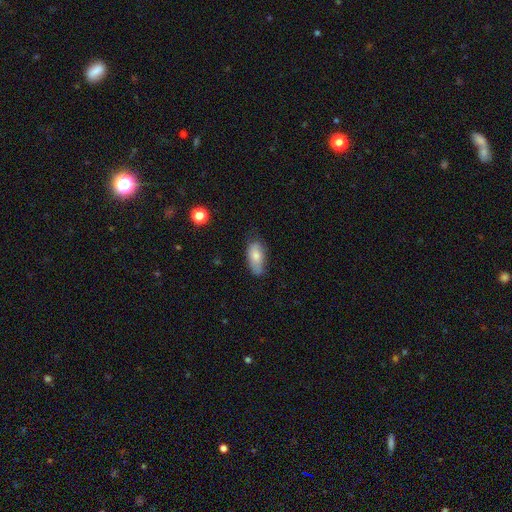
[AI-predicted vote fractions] A smooth galaxy with no disk features (76%) that is in between round and cigar-shaped (89%). Merging: none (60%).